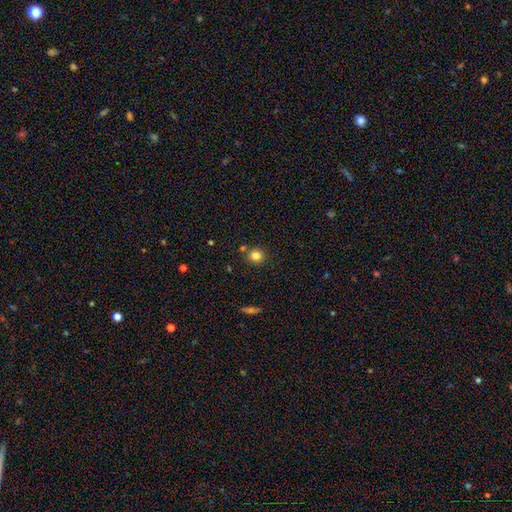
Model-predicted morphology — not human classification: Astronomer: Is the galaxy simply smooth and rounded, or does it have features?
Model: smooth — 81%.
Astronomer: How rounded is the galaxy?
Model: round — 90%.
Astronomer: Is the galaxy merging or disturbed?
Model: none — 81%.